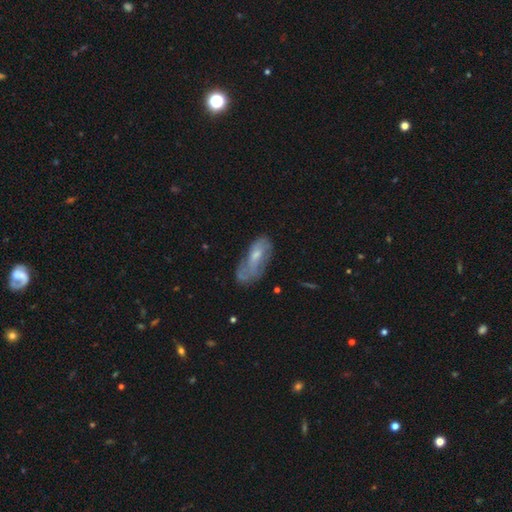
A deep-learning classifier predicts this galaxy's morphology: Q: Smooth or featured?
A: featured or disk (47%); runner-up: smooth (44%)
Q: Merging?
A: none (45%); runner-up: minor disturbance (31%)